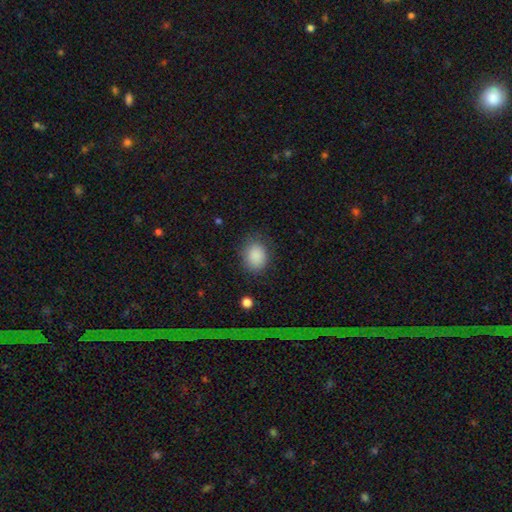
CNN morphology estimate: A smooth galaxy with no disk features (87%) that is in between round and cigar-shaped (50%). Merging: none (77%).